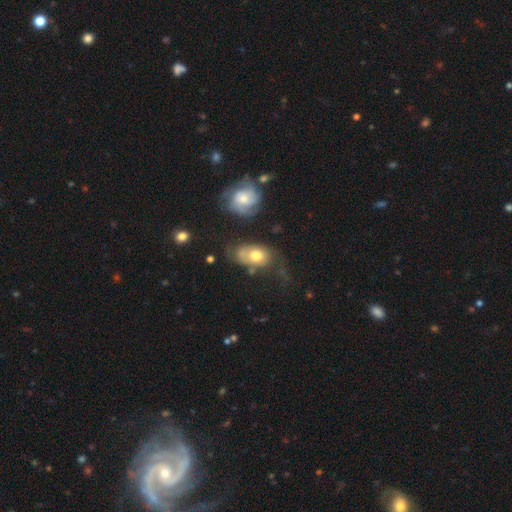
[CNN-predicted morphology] Smooth or featured? smooth (60%)
How rounded? in between (82%)
Merging? none (36%)